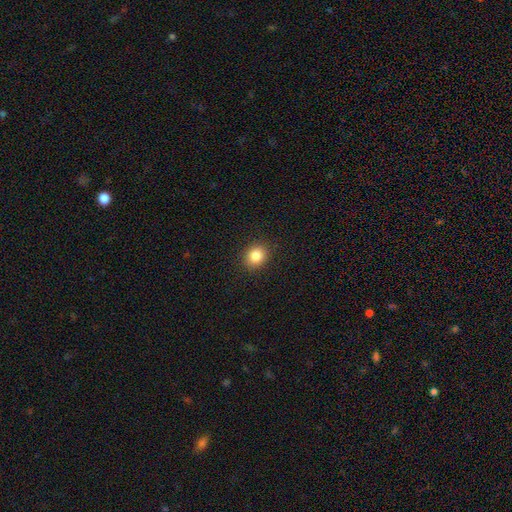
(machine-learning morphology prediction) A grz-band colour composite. It shows a smooth galaxy with no disk features (85%) that is round (66%). Merging: none (89%).